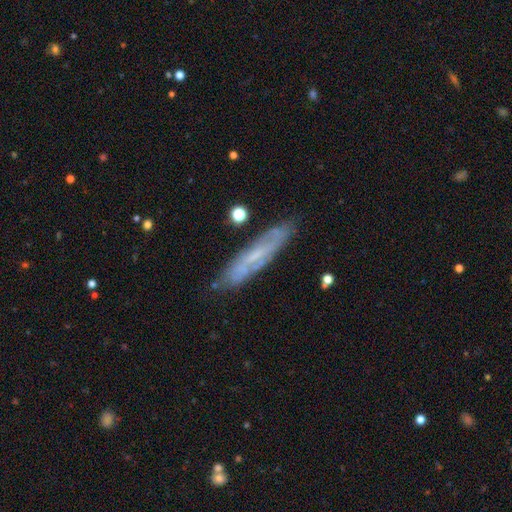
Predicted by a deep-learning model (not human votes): Q: Smooth or featured?
A: featured or disk (58%); runner-up: smooth (33%)
Q: Edge-on disk?
A: no (52%); runner-up: yes (48%)
Q: Merging?
A: none (79%); runner-up: minor disturbance (15%)